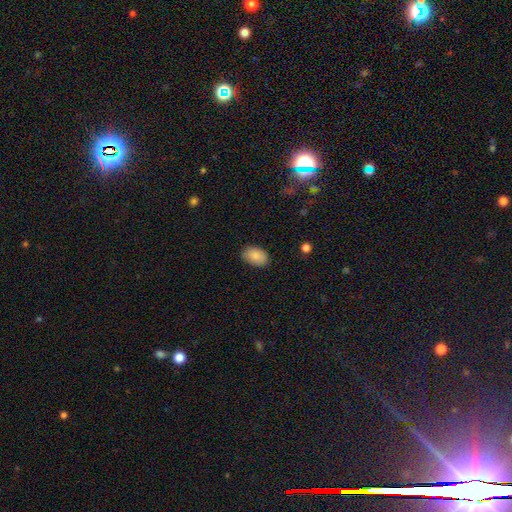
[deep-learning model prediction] This is clearly a smooth galaxy (88%). How rounded: clearly in between (88%). Merging: clearly none (85%).